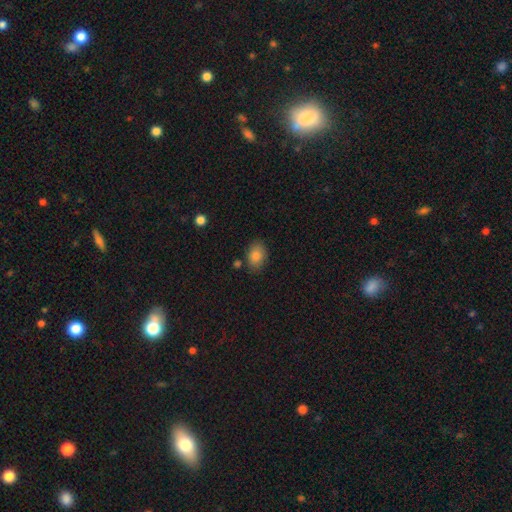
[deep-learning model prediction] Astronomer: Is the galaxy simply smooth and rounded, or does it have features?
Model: smooth — 85%.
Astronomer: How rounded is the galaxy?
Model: in between — 79%.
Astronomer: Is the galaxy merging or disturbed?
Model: none — 78%.